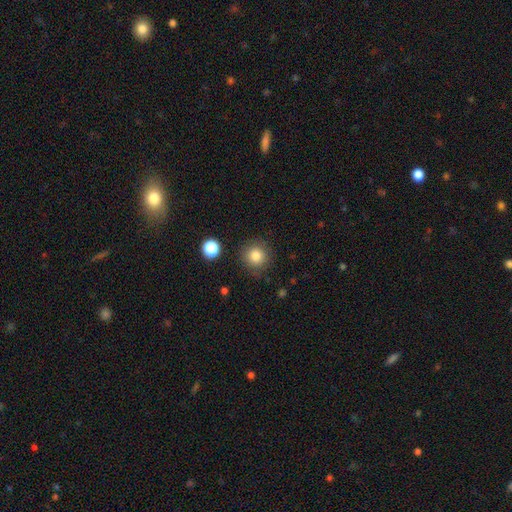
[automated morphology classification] smooth-or-featured: smooth: 82% | star or artifact: 11% | featured or disk: 7%
  how-rounded: round: 93% | in between: 6% | cigar-shaped: 1%
  merging: none: 86% | minor disturbance: 9% | major disturbance: 3% | merger: 2%